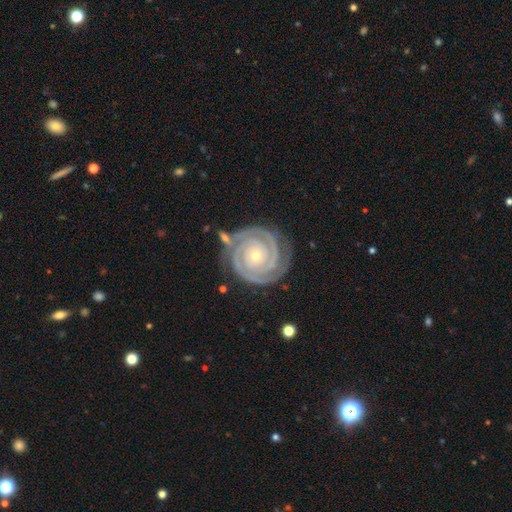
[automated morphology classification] smooth-or-featured: featured or disk: 93% | star or artifact: 4% | smooth: 3%
  disk-edge-on: no: 98% | yes: 2%
    bar: no: 79% | weak: 12% | strong: 9%
    has-spiral-arms: yes: 99% | no: 1%
      spiral-winding: tight: 90% | medium: 9% | loose: 1%
      spiral-arm-count: 2: 73% | 3: 12% | can't tell: 5% | 4: 4% | more than 4: 3% | 1: 3%
    bulge-size: small: 75% | moderate: 22% | large: 1% | none: 1% | dominant: 1%
  merging: none: 81% | minor disturbance: 13% | major disturbance: 4% | merger: 3%